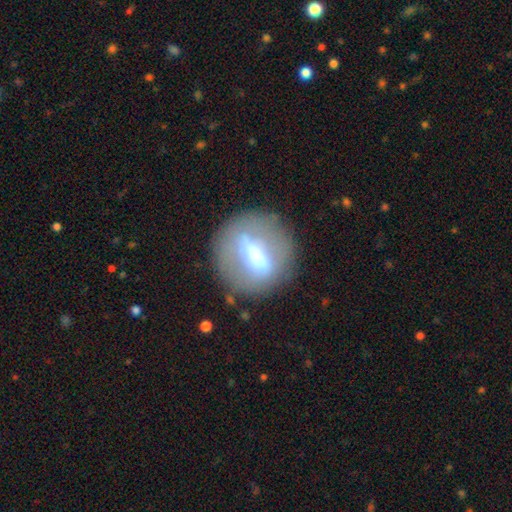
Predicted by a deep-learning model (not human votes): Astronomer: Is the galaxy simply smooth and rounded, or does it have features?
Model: featured or disk — 51% (runner-up: smooth, 40%).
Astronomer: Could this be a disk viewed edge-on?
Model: no — 77%.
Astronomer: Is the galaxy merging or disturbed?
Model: none — 76%.